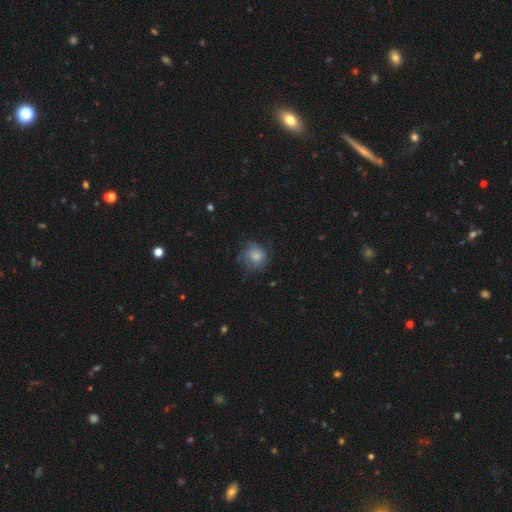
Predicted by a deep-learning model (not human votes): Morphology: type=smooth (70%); roundness=round (81%); merging=none (61%).